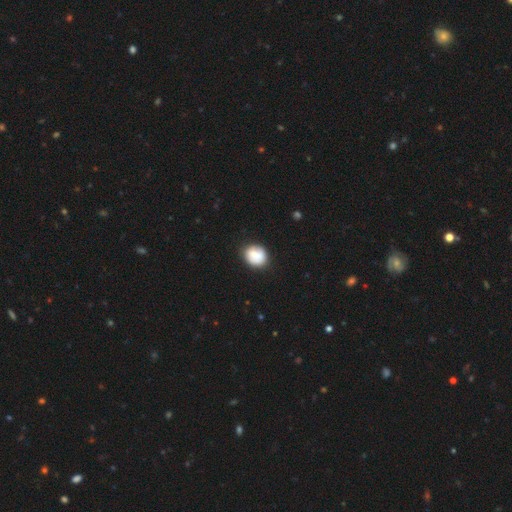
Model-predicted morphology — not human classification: smooth-or-featured: smooth: 77% | featured or disk: 16% | star or artifact: 8%
  how-rounded: round: 66% | in between: 33% | cigar-shaped: 1%
  merging: none: 76% | minor disturbance: 17% | major disturbance: 4% | merger: 3%